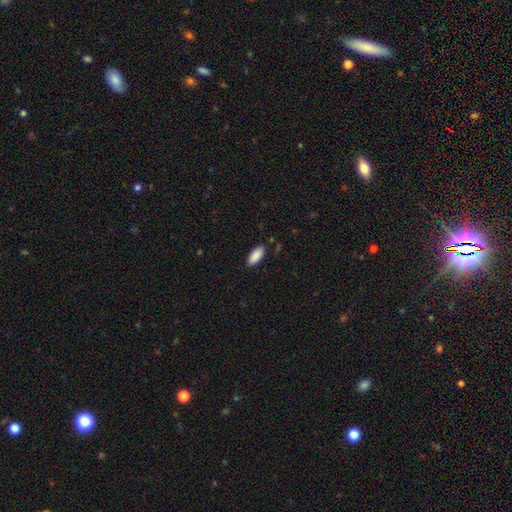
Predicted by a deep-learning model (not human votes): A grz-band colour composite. It shows a smooth galaxy with no disk features (90%) that is in between round and cigar-shaped (84%). Merging: none (86%).